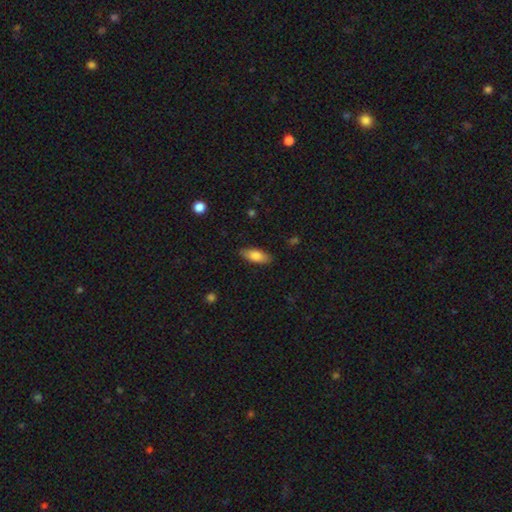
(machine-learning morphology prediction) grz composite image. It shows a smooth galaxy with no disk features (79%) that is in between round and cigar-shaped (79%). Merging: none (87%).